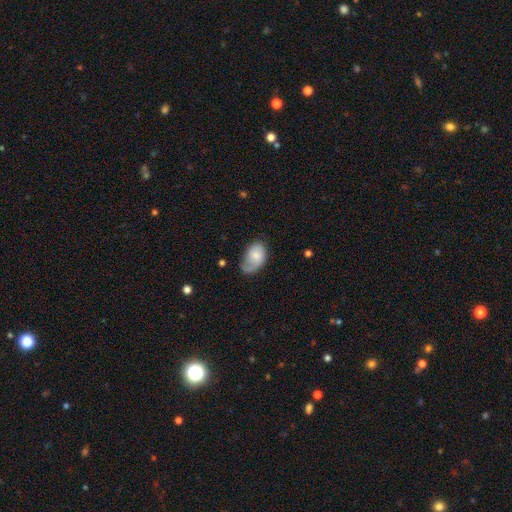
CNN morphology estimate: Smooth or featured? smooth (65%)
How rounded? in between (89%)
Merging? none (39%)